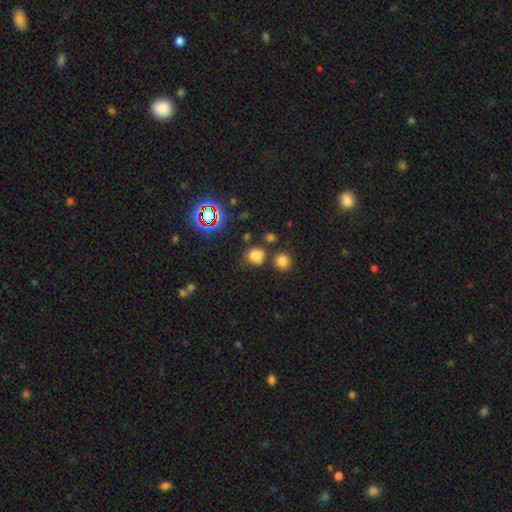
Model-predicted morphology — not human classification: Smooth or featured: smooth — 69% (star or artifact — 23%)
How rounded: round — 76% (in between — 22%)
Merging: none — 60% (merger — 17%)